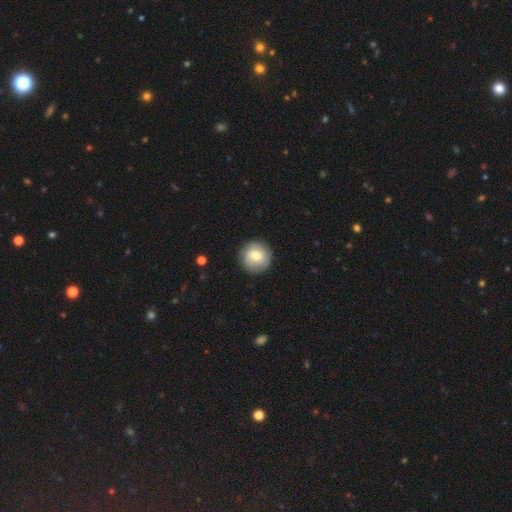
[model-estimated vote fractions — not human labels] smooth 70%, featured or disk 22%, star or artifact 8%. Down the decision tree: how rounded — round (95%); merging — none (87%).